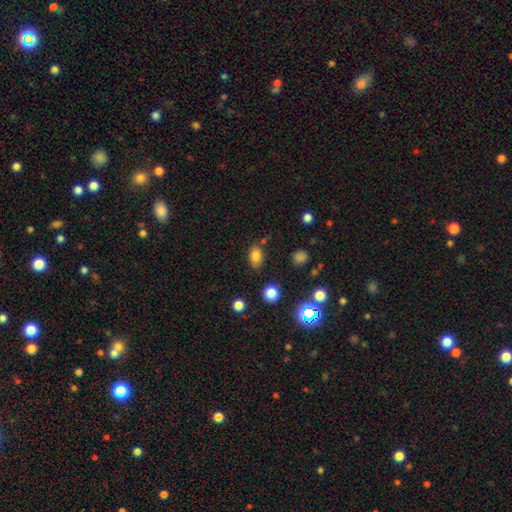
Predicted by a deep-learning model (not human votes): A smooth galaxy with no disk features (80%) that is in between round and cigar-shaped (83%).

Vote fractions:
- Smooth or featured? smooth: 80% / star or artifact: 12% / featured or disk: 8%
- How rounded? in between: 83% / round: 15% / cigar-shaped: 2%
- Merging? none: 78% / minor disturbance: 13% / merger: 5% / major disturbance: 4%